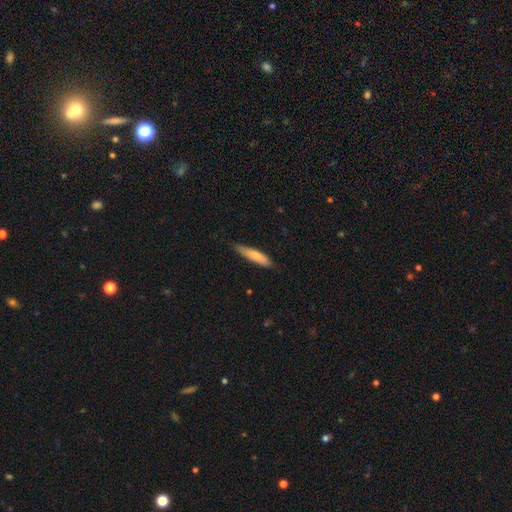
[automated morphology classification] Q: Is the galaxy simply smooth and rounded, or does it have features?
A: smooth — 75%.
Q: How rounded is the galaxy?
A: cigar-shaped — 77%.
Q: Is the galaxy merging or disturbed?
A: none — 73%.